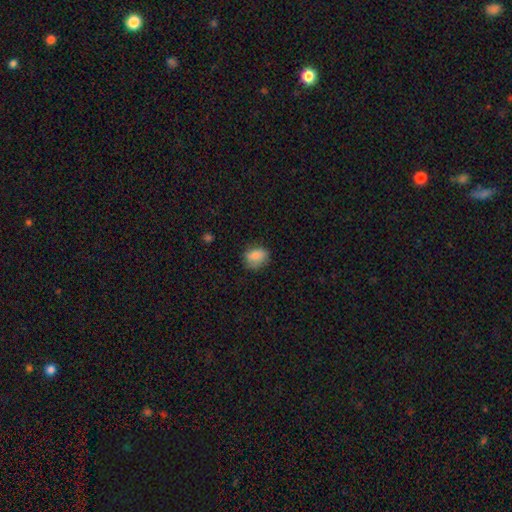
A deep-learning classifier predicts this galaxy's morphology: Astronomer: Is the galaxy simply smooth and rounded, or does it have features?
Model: smooth — 84%.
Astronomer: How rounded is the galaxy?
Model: in between — 63%.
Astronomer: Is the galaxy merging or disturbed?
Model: none — 68%.